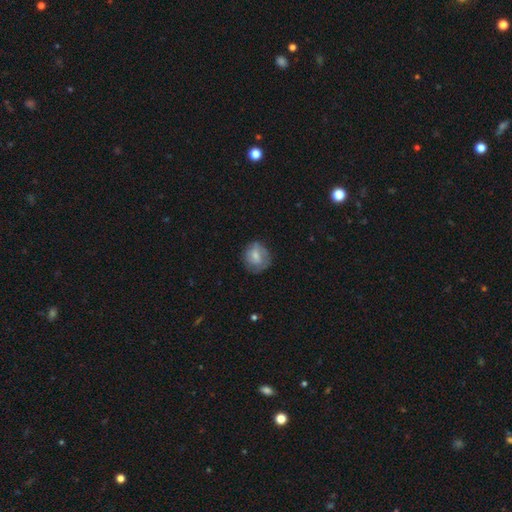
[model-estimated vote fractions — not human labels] Morphology: type=smooth (61%); roundness=round (77%); merging=none (64%).